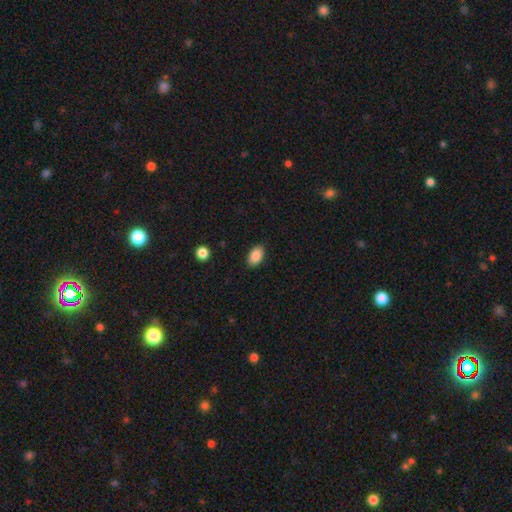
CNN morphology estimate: This appears to be a smooth galaxy with no disk features (87%) that is in between round and cigar-shaped (91%). Merging: none (88%).